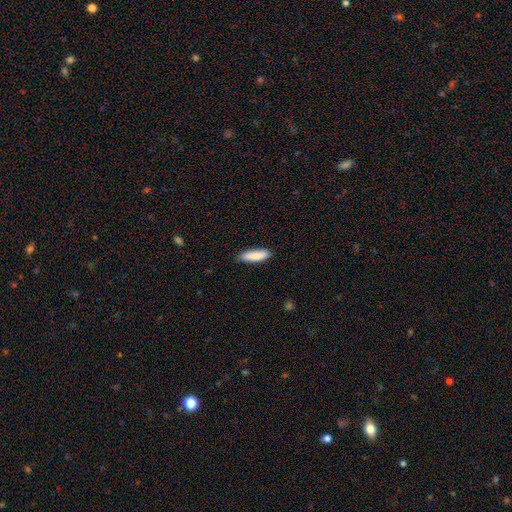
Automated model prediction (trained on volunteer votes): This is clearly a smooth galaxy (86%). How rounded: likely cigar-shaped (60%). Merging: clearly none (82%).